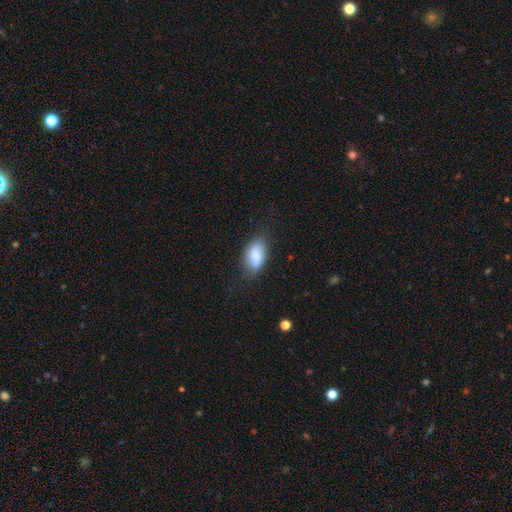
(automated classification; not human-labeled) A smooth galaxy with no disk features (76%) that is in between round and cigar-shaped (88%). Merging: none (65%).